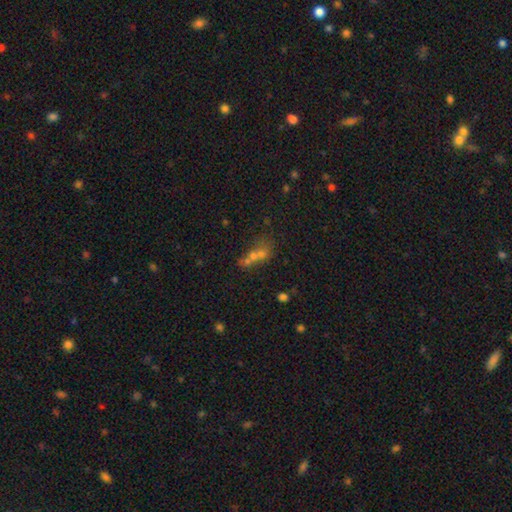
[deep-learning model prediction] Smooth or featured? smooth (49%)
Merging? merger (59%)